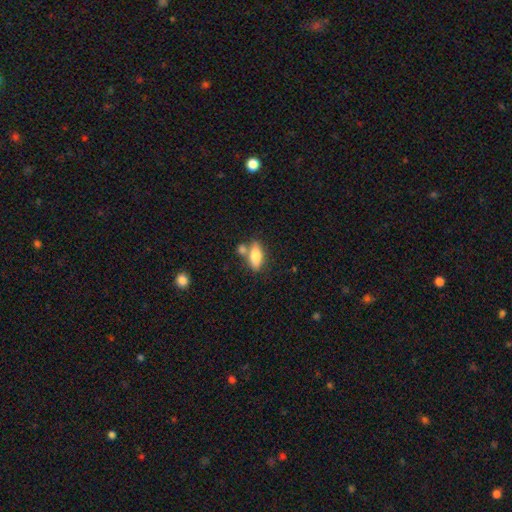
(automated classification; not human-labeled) This is clearly a smooth galaxy (80%). How rounded: clearly in between (80%). Merging: possibly none (57%).